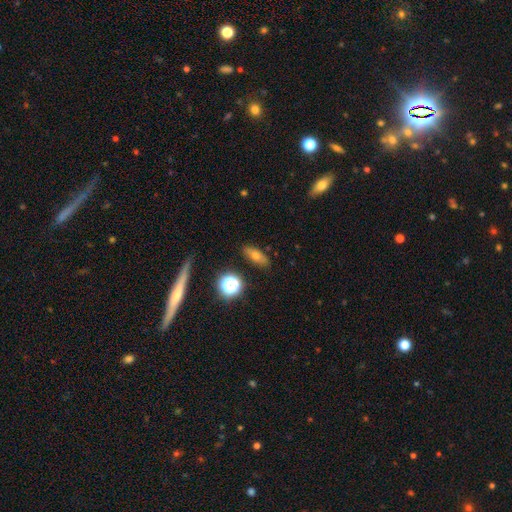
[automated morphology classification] smooth 55%, featured or disk 28%, star or artifact 18%. Down the decision tree: how rounded — in between (60%); merging — none (85%).